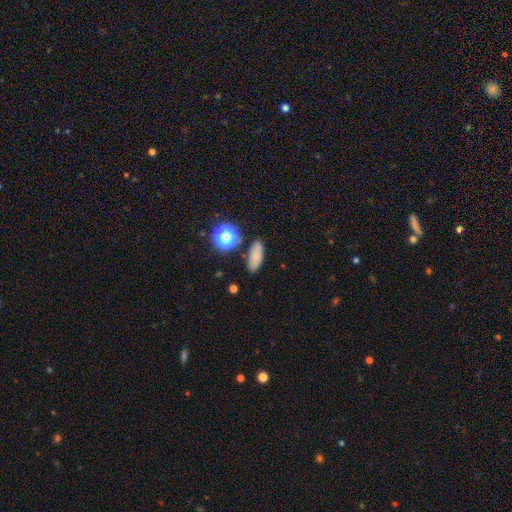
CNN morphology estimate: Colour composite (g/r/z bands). It shows a smooth galaxy with no disk features (79%) that is in between round and cigar-shaped (72%). Merging: none (81%).